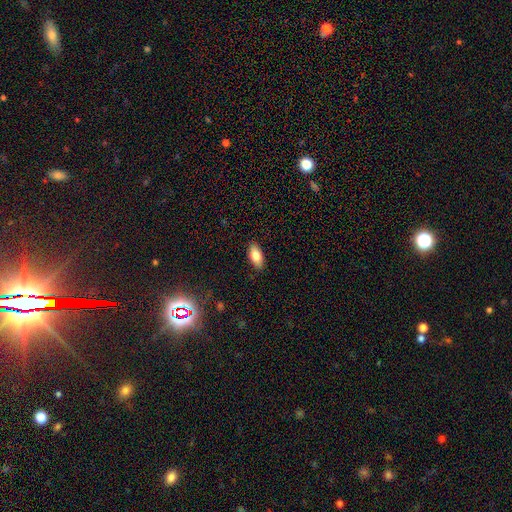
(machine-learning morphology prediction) Smooth or featured?
  - smooth: 81% *
  - featured or disk: 11%
  - star or artifact: 8%
How rounded?
  - in between: 88% *
  - cigar-shaped: 9%
  - round: 3%
Merging?
  - none: 88% *
  - minor disturbance: 9%
  - major disturbance: 2%
  - merger: 1%